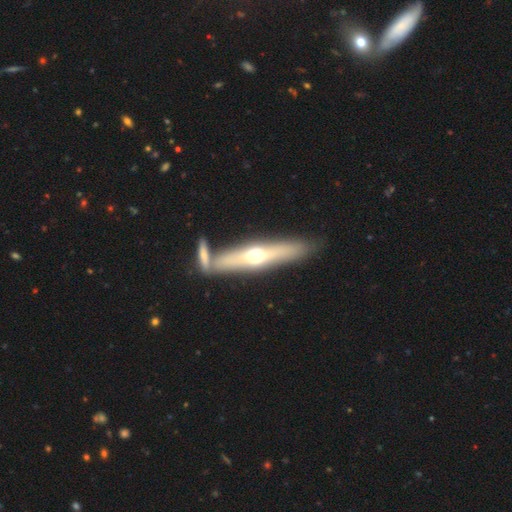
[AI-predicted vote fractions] smooth-or-featured: featured or disk: 58% | smooth: 36% | star or artifact: 6%
  disk-edge-on: yes: 88% | no: 12%
    edge-on-bulge: rounded: 93% | none: 5% | boxy: 3%
  merging: none: 69% | merger: 18% | minor disturbance: 10% | major disturbance: 3%